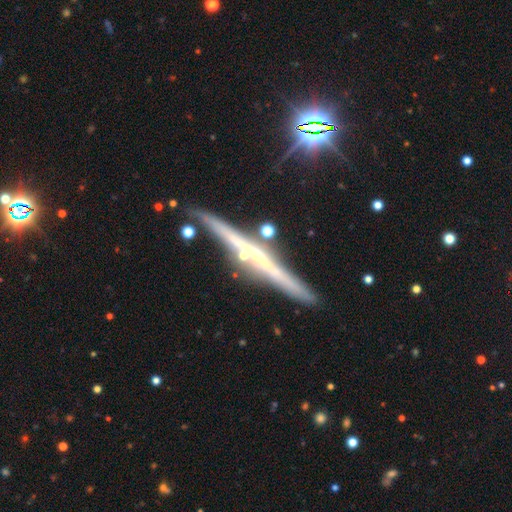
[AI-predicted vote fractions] Smooth or featured? Predicted: featured or disk (p=0.79). Edge-on disk? Predicted: yes (p=0.97). Edge-on bulge? Predicted: rounded (p=0.59). Merging? Predicted: none (p=0.84).